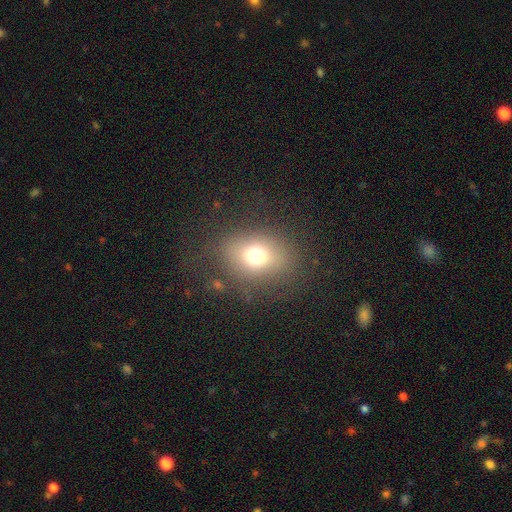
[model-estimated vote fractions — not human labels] The model was most divided on "how rounded": in between: 50%, round: 49%, cigar-shaped: 1%. More confident: merging — none (76%); smooth or featured — smooth (70%).